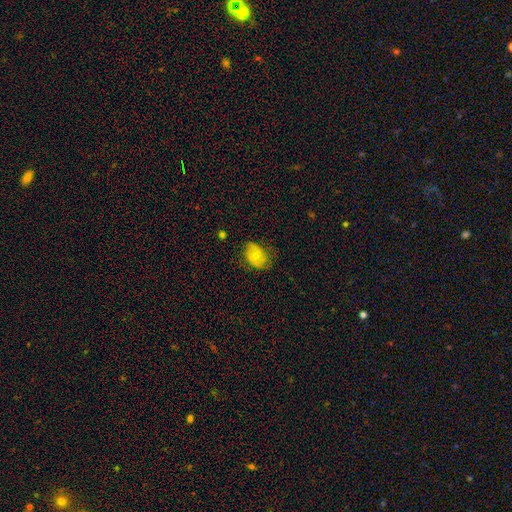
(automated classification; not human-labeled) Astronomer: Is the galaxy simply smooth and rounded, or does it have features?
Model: smooth — 58% (runner-up: featured or disk, 34%).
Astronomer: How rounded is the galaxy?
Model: in between — 76%.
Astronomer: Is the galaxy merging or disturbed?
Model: none — 63%.